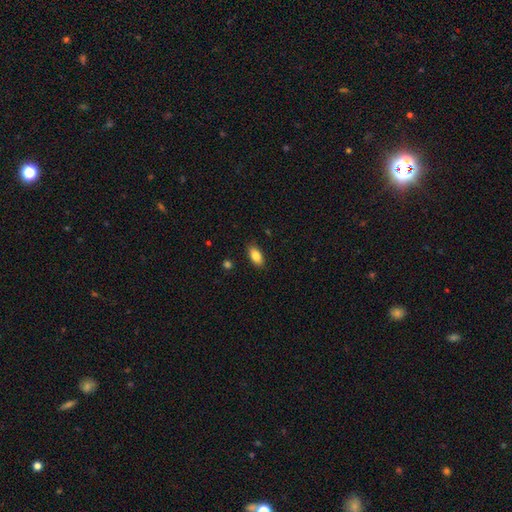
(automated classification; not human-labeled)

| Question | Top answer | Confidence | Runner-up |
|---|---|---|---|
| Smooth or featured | smooth | 85% | featured or disk (8%) |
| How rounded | in between | 90% | cigar-shaped (7%) |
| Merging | none | 87% | minor disturbance (10%) |